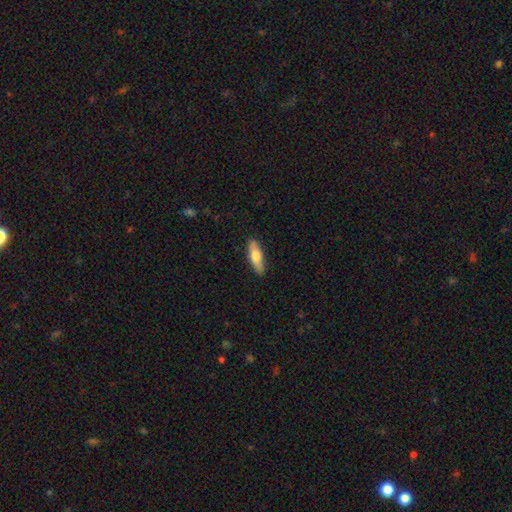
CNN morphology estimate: type=smooth (63%); roundness=cigar-shaped (54%); merging=none (86%).